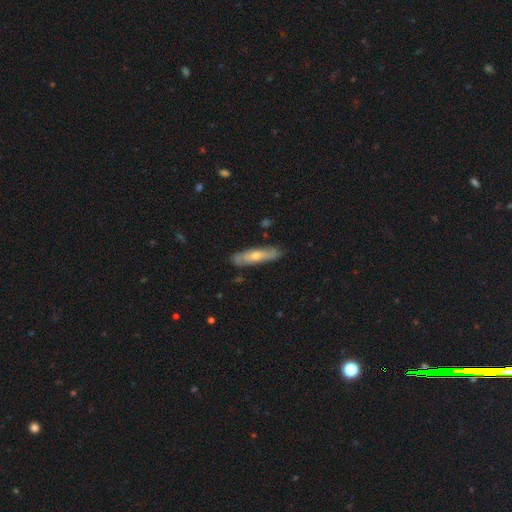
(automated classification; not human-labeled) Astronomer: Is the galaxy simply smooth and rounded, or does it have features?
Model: featured or disk — 48% (runner-up: smooth, 46%).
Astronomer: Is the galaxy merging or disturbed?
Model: none — 81%.